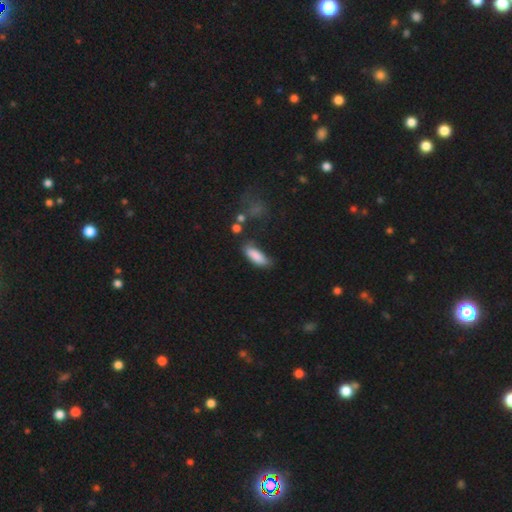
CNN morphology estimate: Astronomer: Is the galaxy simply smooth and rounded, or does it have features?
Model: smooth — 85%.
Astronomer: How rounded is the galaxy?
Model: in between — 66%.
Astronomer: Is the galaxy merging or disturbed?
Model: none — 57%.